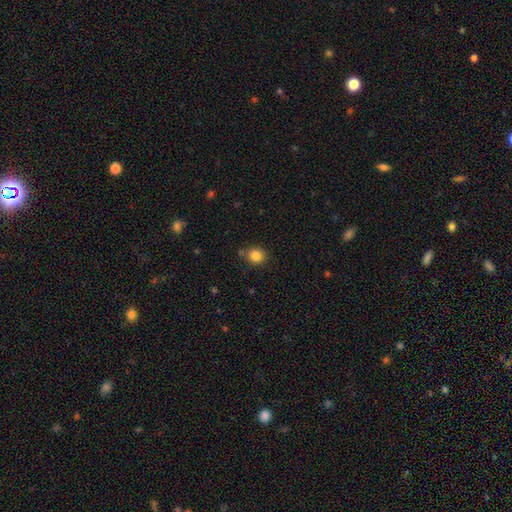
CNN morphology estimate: smooth 84%, star or artifact 11%, featured or disk 5%. Down the decision tree: how rounded — round (80%); merging — none (80%).